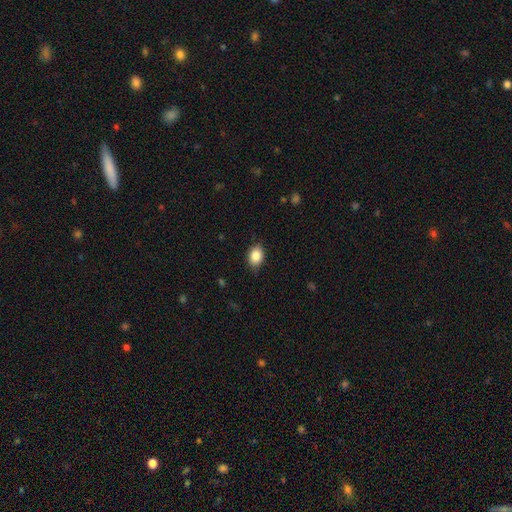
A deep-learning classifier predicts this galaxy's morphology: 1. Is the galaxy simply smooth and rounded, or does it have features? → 86% smooth, 8% star or artifact, 6% featured or disk.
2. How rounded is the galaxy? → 71% in between, 28% round, 1% cigar-shaped.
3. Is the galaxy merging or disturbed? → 82% none, 14% minor disturbance, 3% major disturbance, 1% merger.